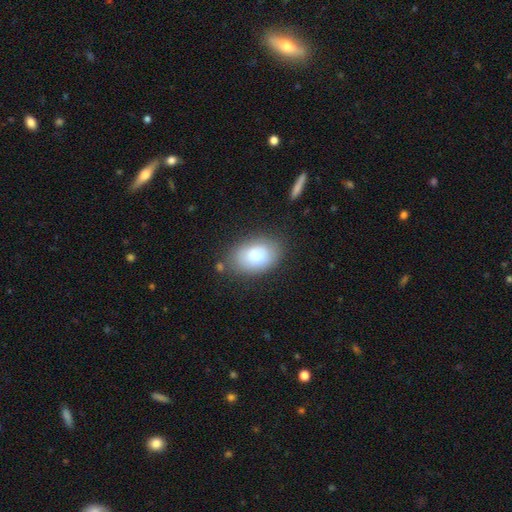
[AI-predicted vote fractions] A smooth galaxy with no disk features (81%) that is in between round and cigar-shaped (85%). Merging: none (73%).